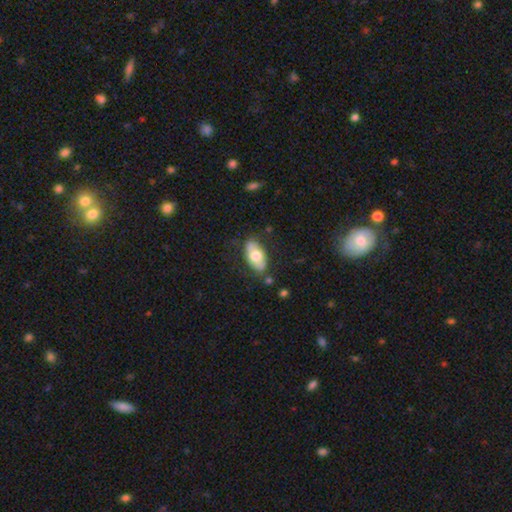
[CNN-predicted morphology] This appears to be a smooth galaxy with no disk features (61%) that is in between round and cigar-shaped (90%). Merging: none (74%).